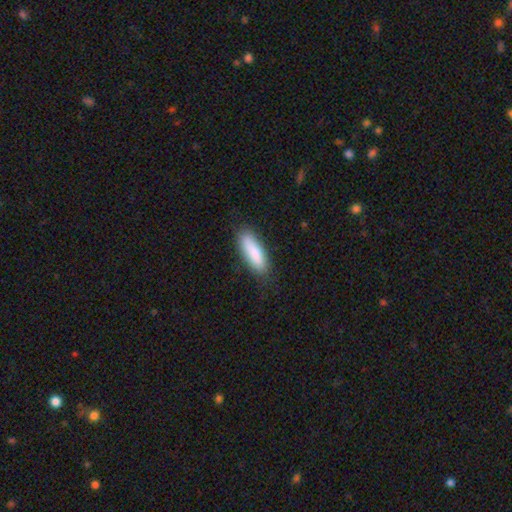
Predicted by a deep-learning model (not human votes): Smooth or featured? Predicted: smooth (p=0.85). How rounded? Predicted: in between (p=0.51). Merging? Predicted: none (p=0.83).